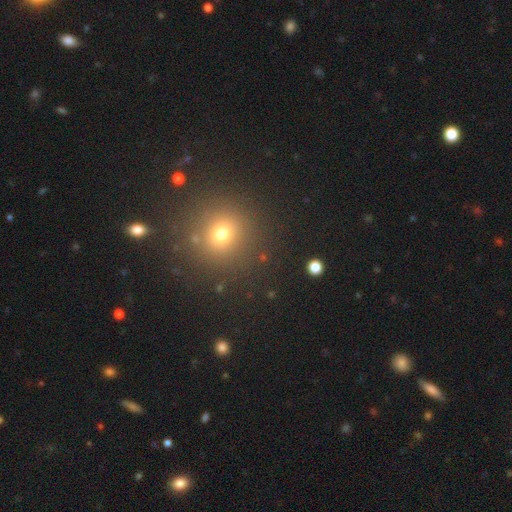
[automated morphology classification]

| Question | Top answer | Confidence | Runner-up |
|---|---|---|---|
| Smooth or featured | smooth | 58% | star or artifact (34%) |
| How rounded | round | 92% | in between (7%) |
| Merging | none | 90% | minor disturbance (6%) |